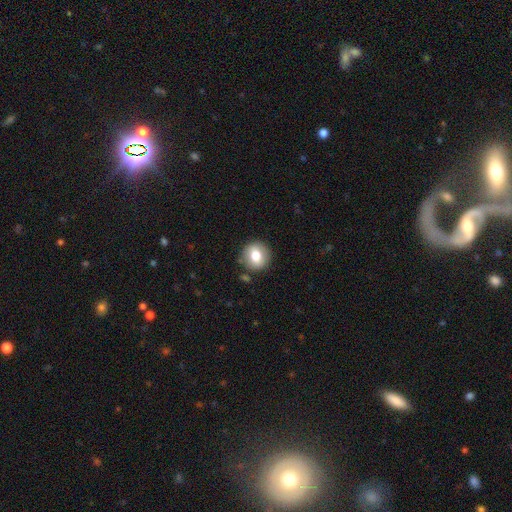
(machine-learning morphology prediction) Smooth or featured: smooth — 75% (featured or disk — 16%)
How rounded: round — 88% (in between — 11%)
Merging: none — 85% (minor disturbance — 9%)